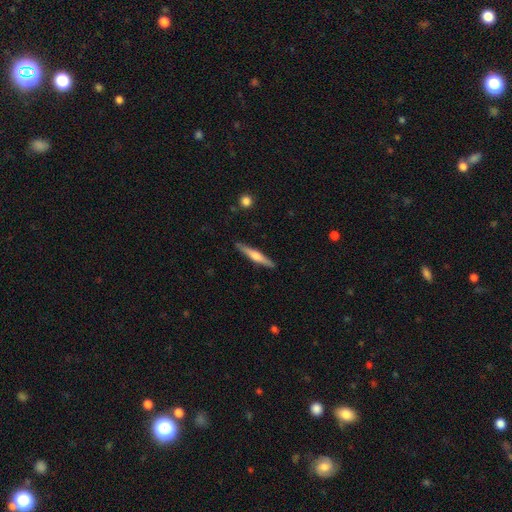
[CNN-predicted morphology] This is possibly a featured or disk galaxy (56%). It is clearly viewed edge-on (97%). Edge-on bulge: likely rounded (79%). Merging: clearly none (90%).